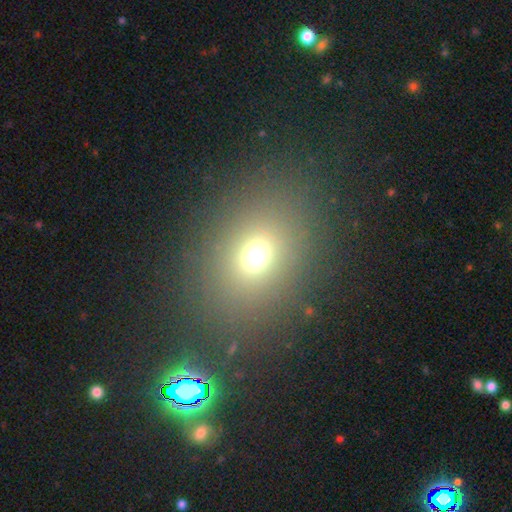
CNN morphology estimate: smooth-or-featured: smooth: 69% | star or artifact: 20% | featured or disk: 11%
  how-rounded: in between: 50% | round: 48% | cigar-shaped: 1%
  merging: none: 82% | minor disturbance: 9% | major disturbance: 5% | merger: 4%